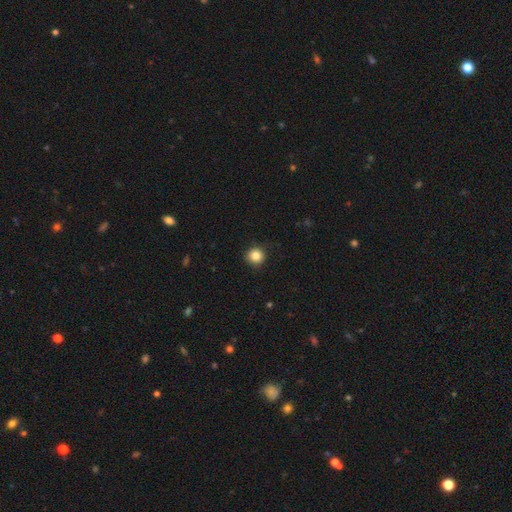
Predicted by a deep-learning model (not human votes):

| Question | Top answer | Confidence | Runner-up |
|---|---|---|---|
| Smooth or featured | smooth | 85% | star or artifact (11%) |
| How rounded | round | 94% | in between (5%) |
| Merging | none | 90% | minor disturbance (7%) |